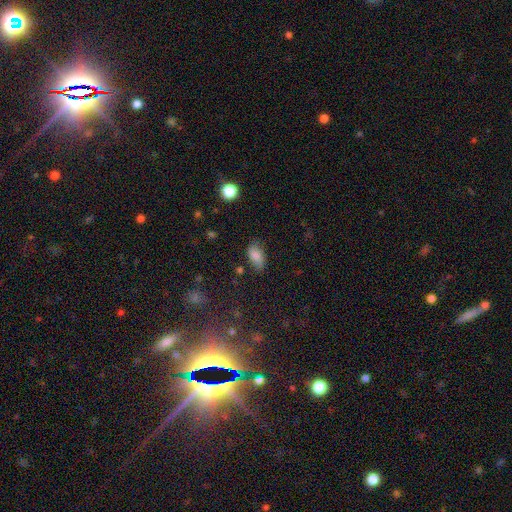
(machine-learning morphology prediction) Smooth or featured: smooth — 84% (star or artifact — 9%)
How rounded: in between — 92% (round — 5%)
Merging: none — 71% (minor disturbance — 22%)